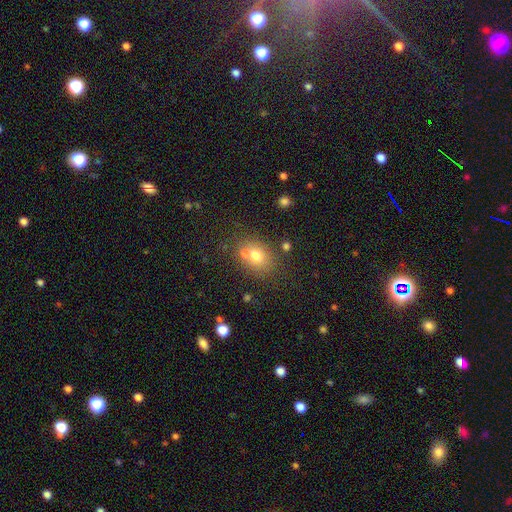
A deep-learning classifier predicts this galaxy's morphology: Smooth or featured: smooth — 71% (featured or disk — 15%)
How rounded: round — 55% (in between — 44%)
Merging: none — 57% (merger — 27%)